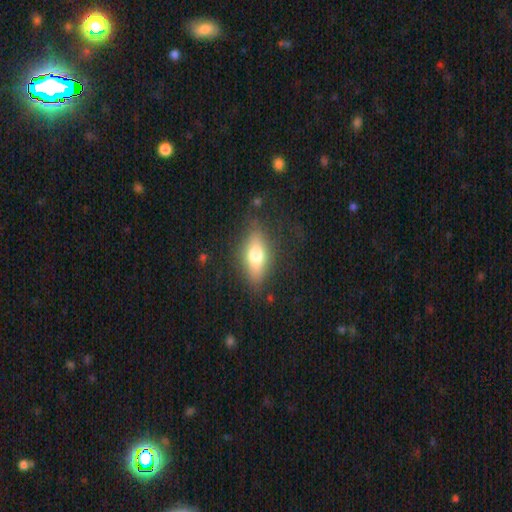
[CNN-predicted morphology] This appears to be a smooth galaxy with no disk features (66%) that is in between round and cigar-shaped (75%). Merging: none (76%).